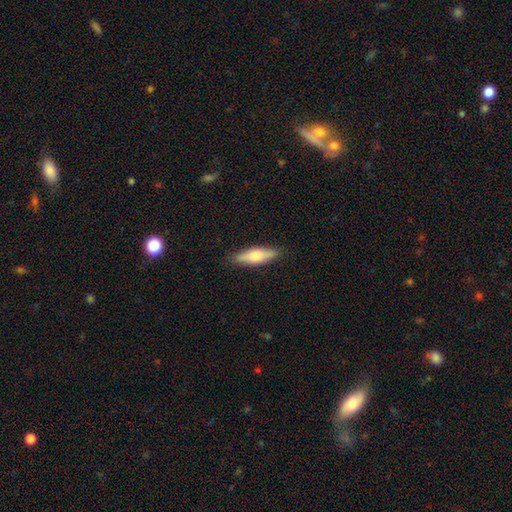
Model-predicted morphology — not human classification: Smooth or featured? Predicted: smooth (p=0.68). How rounded? Predicted: cigar-shaped (p=0.52). Merging? Predicted: none (p=0.86).